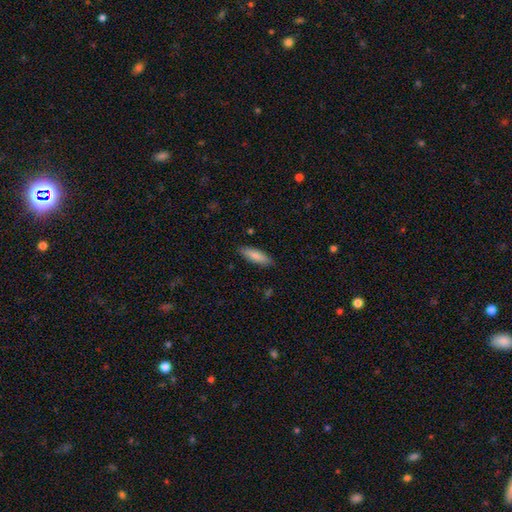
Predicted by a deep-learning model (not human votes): This is clearly a smooth galaxy (82%). How rounded: possibly cigar-shaped (50%). Merging: clearly none (87%).